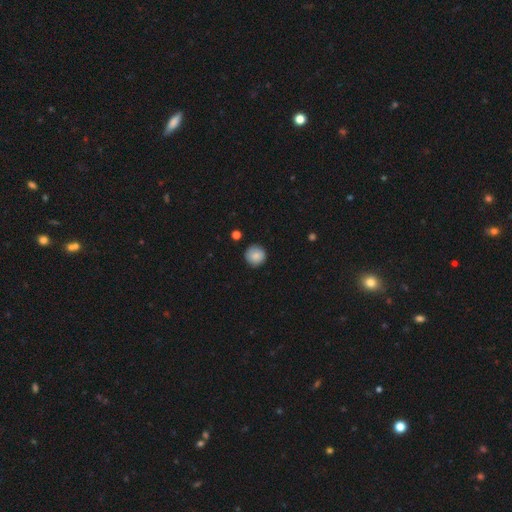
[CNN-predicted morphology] Smooth or featured? smooth (86%)
How rounded? round (95%)
Merging? none (89%)